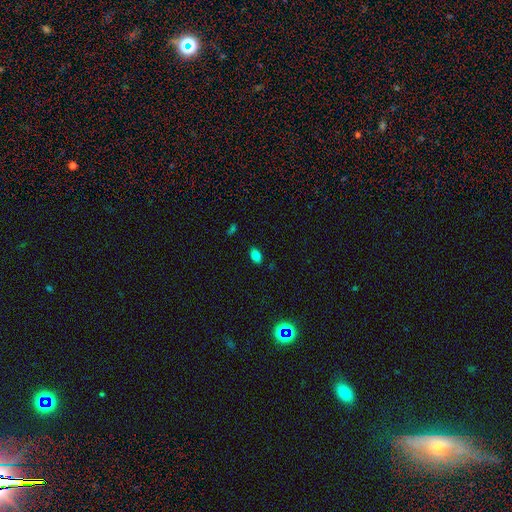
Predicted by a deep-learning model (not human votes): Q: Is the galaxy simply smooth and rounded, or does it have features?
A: smooth — 81%.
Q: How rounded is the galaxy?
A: in between — 86%.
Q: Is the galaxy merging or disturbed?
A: none — 85%.